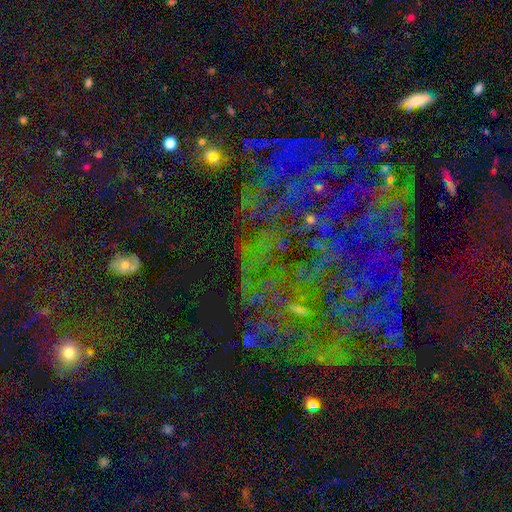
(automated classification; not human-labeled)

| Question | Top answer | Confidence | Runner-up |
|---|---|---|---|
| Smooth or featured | star or artifact | 68% | featured or disk (18%) |